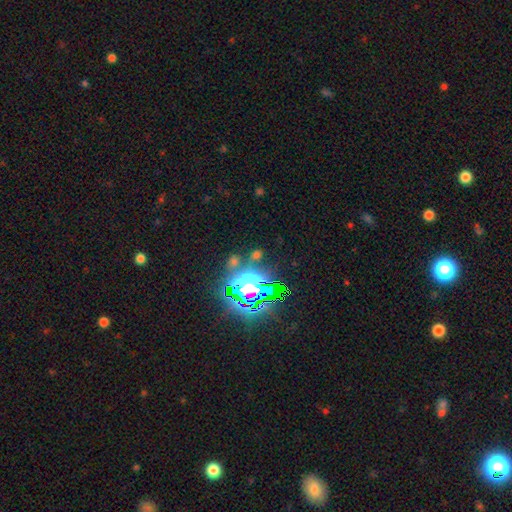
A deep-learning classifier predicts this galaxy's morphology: type=star or artifact (84%).